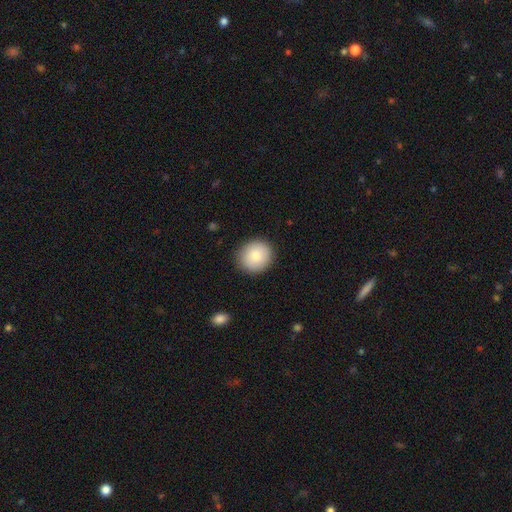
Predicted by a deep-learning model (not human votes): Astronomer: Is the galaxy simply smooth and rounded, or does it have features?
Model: smooth — 82%.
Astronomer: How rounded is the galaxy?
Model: round — 87%.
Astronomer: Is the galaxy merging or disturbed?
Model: none — 89%.